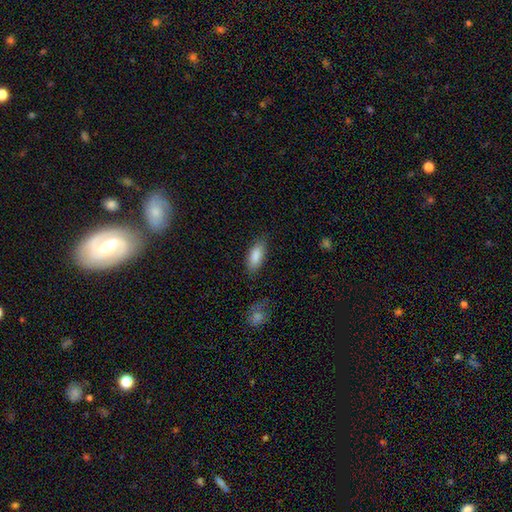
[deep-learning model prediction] Overall: smooth (87%). How rounded: in between (84%). Merging: none (80%).